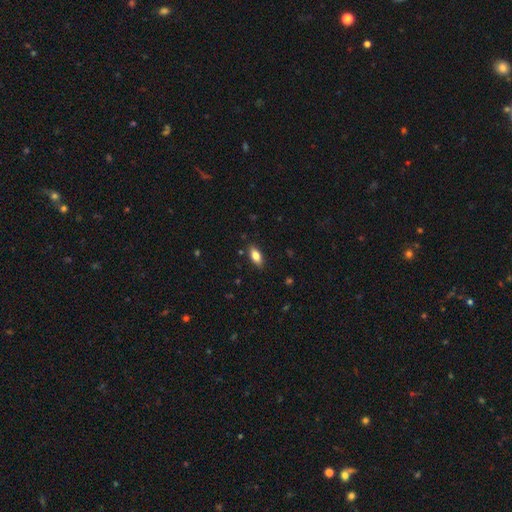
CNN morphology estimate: smooth_or_featured: smooth (p=0.81) [alt: featured or disk p=0.12]
how_rounded: in between (p=0.86) [alt: cigar-shaped p=0.11]
merging: none (p=0.86) [alt: minor disturbance p=0.10]